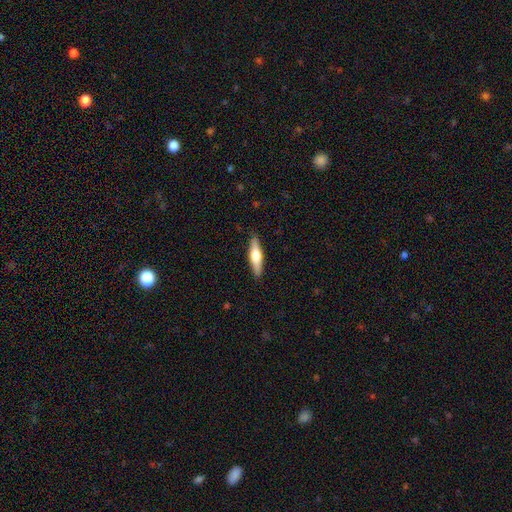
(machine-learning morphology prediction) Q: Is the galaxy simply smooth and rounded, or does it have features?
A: featured or disk — 48%.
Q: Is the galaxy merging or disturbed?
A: none — 89%.